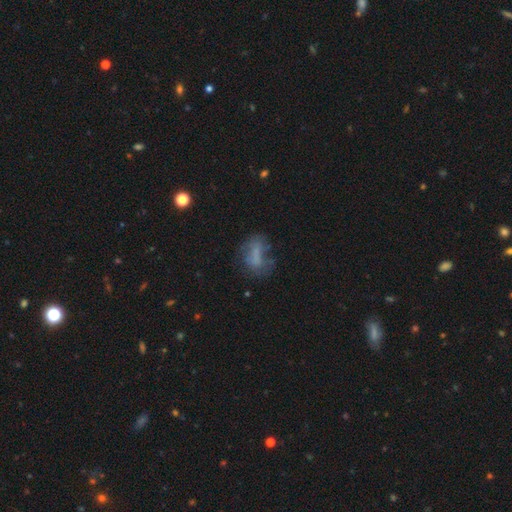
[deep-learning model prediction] smooth 52%, featured or disk 33%, star or artifact 15%. Down the decision tree: how rounded — in between (73%); merging — none (45%).